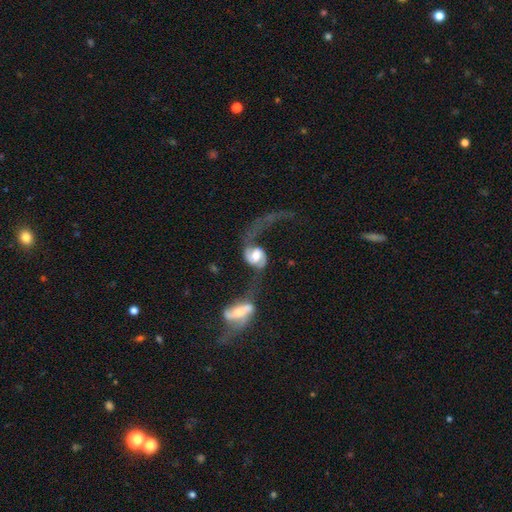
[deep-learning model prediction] A featured or disk galaxy (74%) with a weak bar (40%), 2 (76%) loose (68%) spiral arms (88%) and a moderate central bulge (55%). Merging: merger (54%).